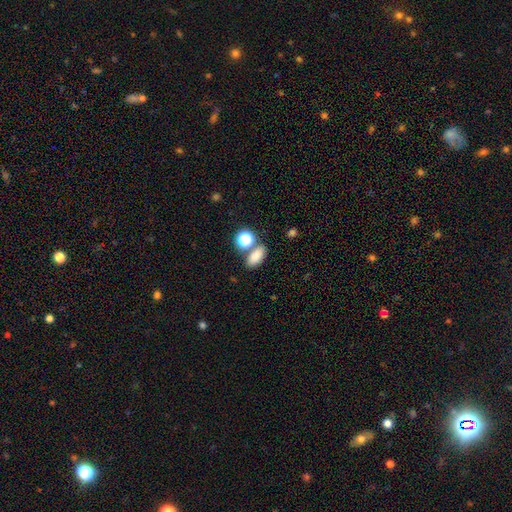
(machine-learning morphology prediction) A smooth galaxy with no disk features (81%) that is in between round and cigar-shaped (81%). Merging: none (63%).